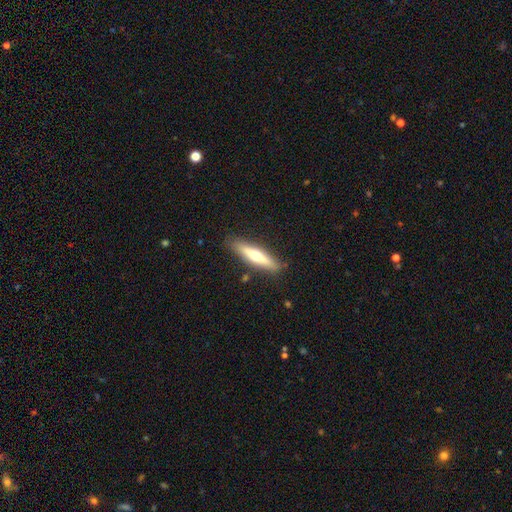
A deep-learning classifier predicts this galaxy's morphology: Overall: featured or disk (50%; smooth 44%). Edge-on disk: yes (91%). Merging: none (87%).